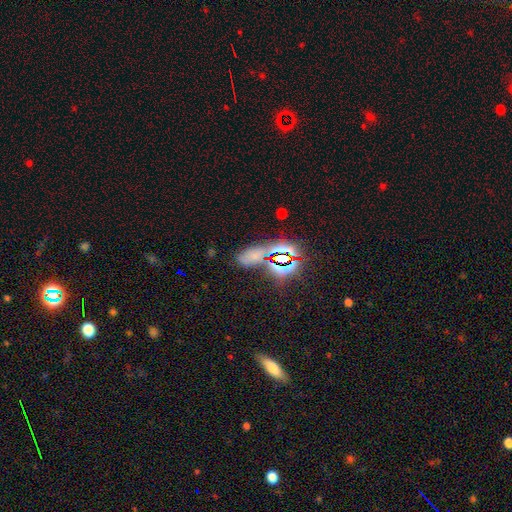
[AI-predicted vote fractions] Q: Smooth or featured?
A: star or artifact (46%); runner-up: smooth (43%)